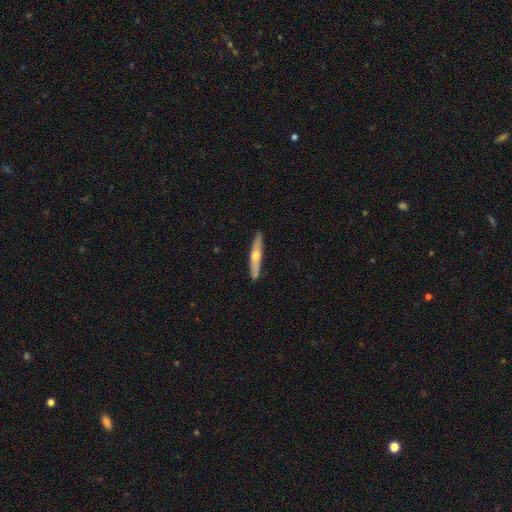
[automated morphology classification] A featured or disk galaxy (58%) viewed edge-on (93%) with a rounded central bulge (89%). Merging: none (88%).